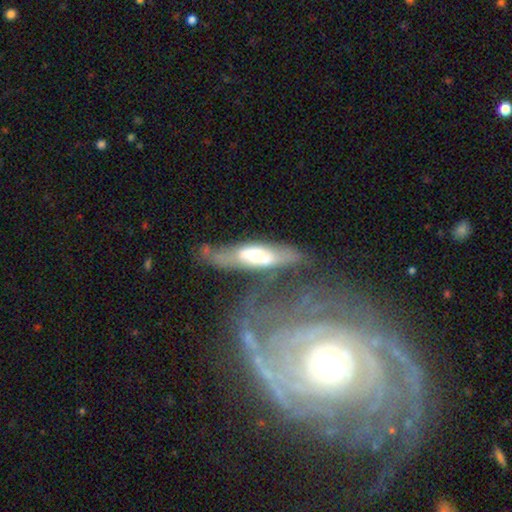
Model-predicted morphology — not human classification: Smooth or featured? featured or disk (60%)
Edge-on disk? no (64%)
Merging? none (39%)